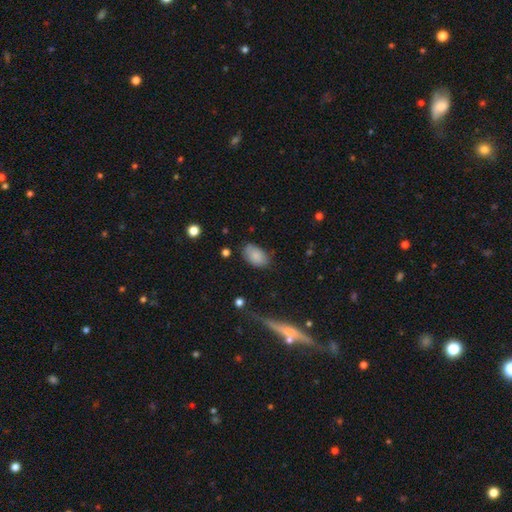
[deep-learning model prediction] This appears to be a smooth galaxy with no disk features (85%) that is in between round and cigar-shaped (92%). Merging: none (76%).